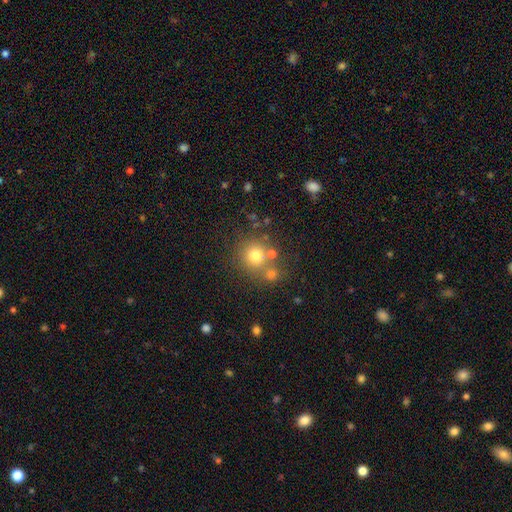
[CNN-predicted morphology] Q: Smooth or featured?
A: smooth (73%); runner-up: star or artifact (16%)
Q: How rounded?
A: round (91%); runner-up: in between (8%)
Q: Merging?
A: none (67%); runner-up: merger (19%)